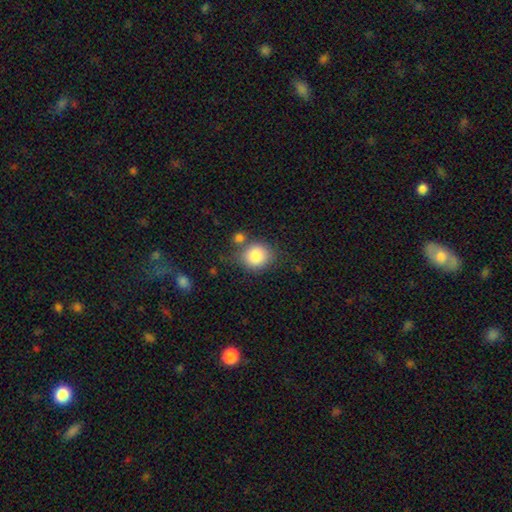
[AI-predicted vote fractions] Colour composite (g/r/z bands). It shows a smooth galaxy with no disk features (84%) that is round (74%). Merging: none (65%).